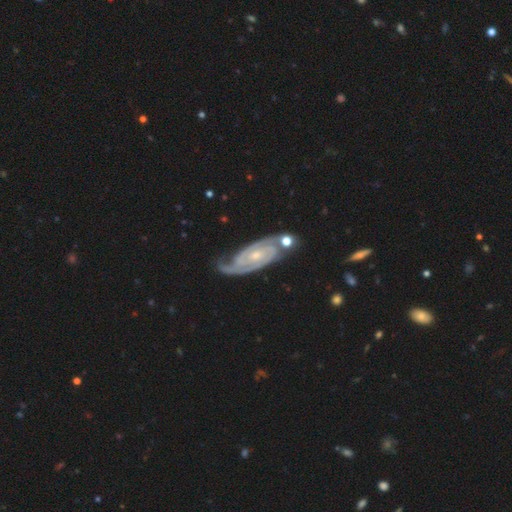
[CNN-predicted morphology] Smooth or featured?
  - featured or disk: 90% *
  - smooth: 5%
  - star or artifact: 5%
Edge-on disk?
  - no: 95% *
  - yes: 5%
Bar?
  - no: 59% *
  - weak: 31%
  - strong: 11%
Spiral arms?
  - yes: 98% *
  - no: 2%
Spiral winding?
  - tight: 69% *
  - medium: 26%
  - loose: 5%
Spiral arm count?
  - 2: 77% *
  - can't tell: 8%
  - 3: 8%
  - 1: 3%
  - 4: 2%
  - more than 4: 2%
Bulge size?
  - small: 66% *
  - moderate: 30%
  - none: 2%
  - large: 1%
  - dominant: 1%
Merging?
  - none: 65% *
  - minor disturbance: 20%
  - merger: 8%
  - major disturbance: 7%